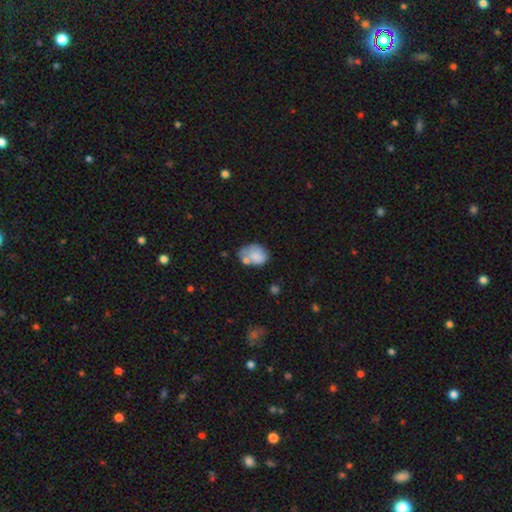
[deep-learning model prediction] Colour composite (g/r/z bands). It shows a smooth galaxy with no disk features (77%) that is in between round and cigar-shaped (67%). Merging: none (41%).